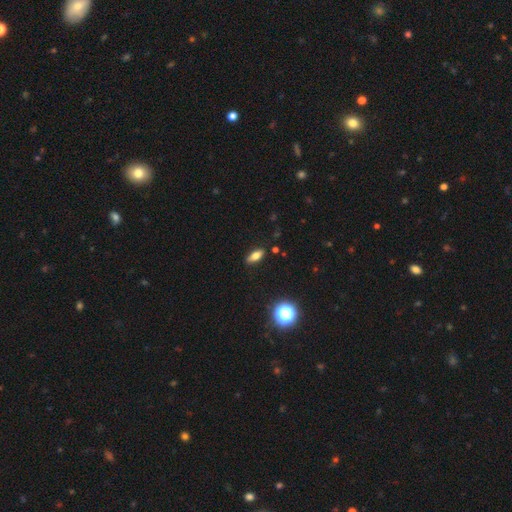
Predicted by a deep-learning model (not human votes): smooth 66%, featured or disk 22%, star or artifact 12%. Down the decision tree: how rounded — in between (72%); merging — none (87%).